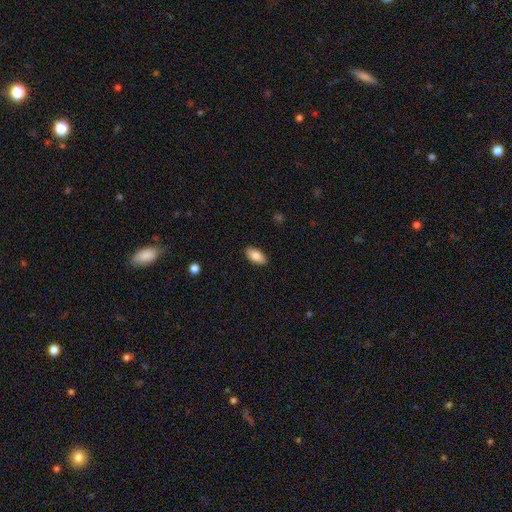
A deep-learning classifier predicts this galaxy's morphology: A smooth galaxy with no disk features (83%) that is in between round and cigar-shaped (93%).

Vote fractions:
- Smooth or featured? smooth: 83% / featured or disk: 10% / star or artifact: 7%
- How rounded? in between: 93% / cigar-shaped: 5% / round: 3%
- Merging? none: 89% / minor disturbance: 8% / major disturbance: 2% / merger: 1%